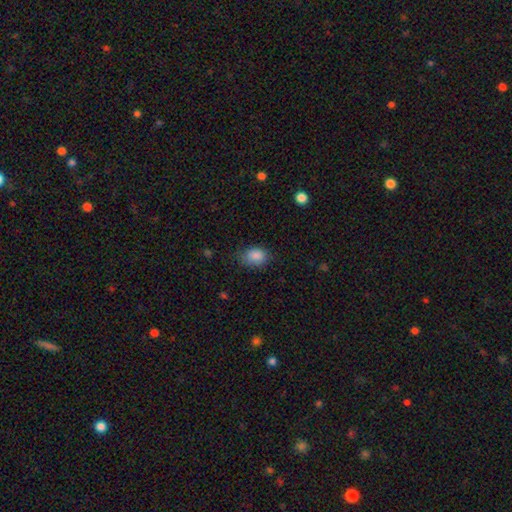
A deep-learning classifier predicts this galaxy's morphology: This appears to be a smooth galaxy with no disk features (87%) that is in between round and cigar-shaped (73%). Merging: none (70%).